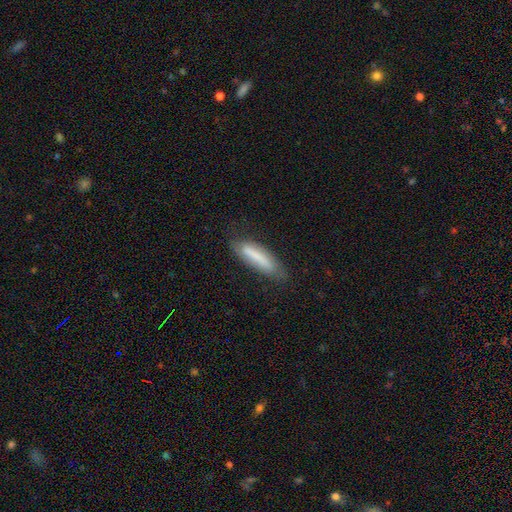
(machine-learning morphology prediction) Smooth or featured? Predicted: smooth (p=0.69). How rounded? Predicted: cigar-shaped (p=0.78). Merging? Predicted: none (p=0.72).